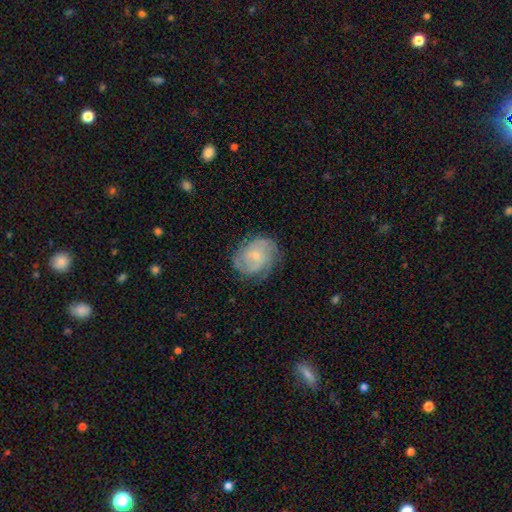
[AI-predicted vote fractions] This appears to be a featured or disk galaxy (68%) with no bar (69%), tight (47%) spiral arms (91%) and a small central bulge (72%). Merging: none (70%).